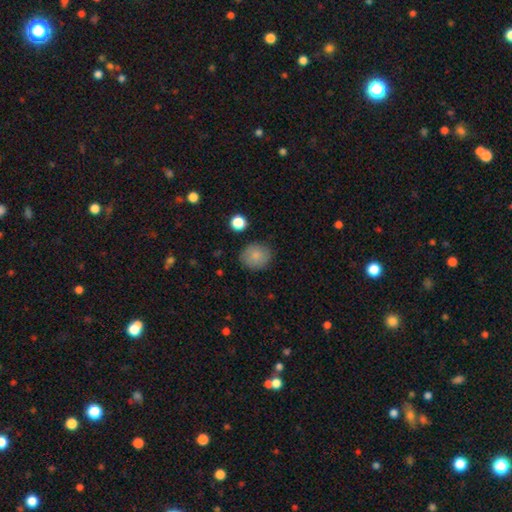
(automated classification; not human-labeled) A smooth galaxy with no disk features (83%) that is round (76%). Merging: none (83%).